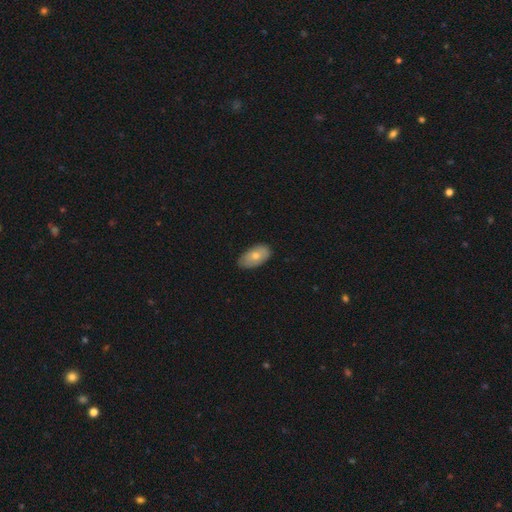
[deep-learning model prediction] A smooth galaxy with no disk features (72%) that is in between round and cigar-shaped (94%).

Vote fractions:
- Smooth or featured? smooth: 72% / featured or disk: 22% / star or artifact: 6%
- How rounded? in between: 94% / round: 4% / cigar-shaped: 2%
- Merging? none: 81% / minor disturbance: 16% / major disturbance: 2% / merger: 1%